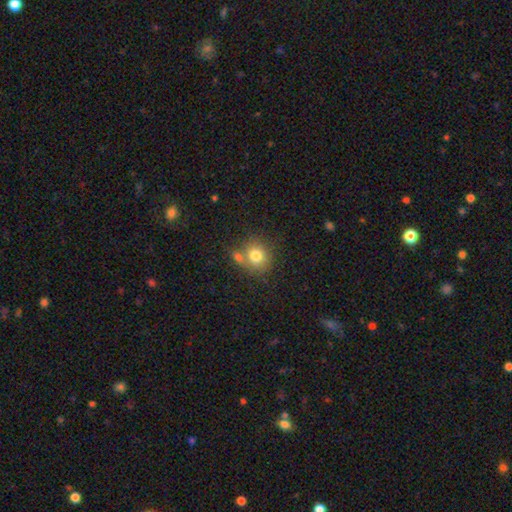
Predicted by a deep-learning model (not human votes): A smooth galaxy with no disk features (78%) that is round (80%). Merging: none (54%).